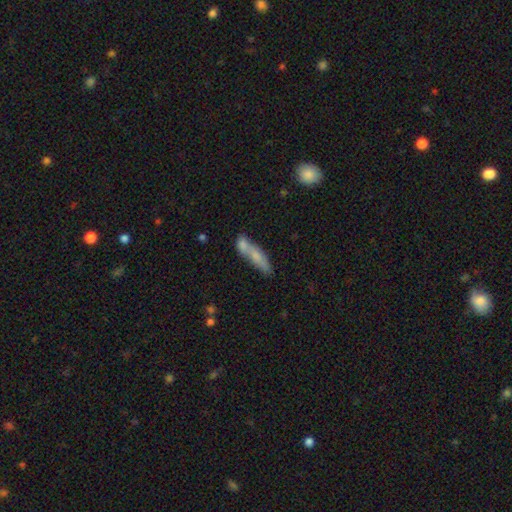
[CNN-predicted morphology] Smooth or featured: smooth — 67% (featured or disk — 26%)
How rounded: cigar-shaped — 70% (in between — 27%)
Merging: none — 41% (merger — 38%)